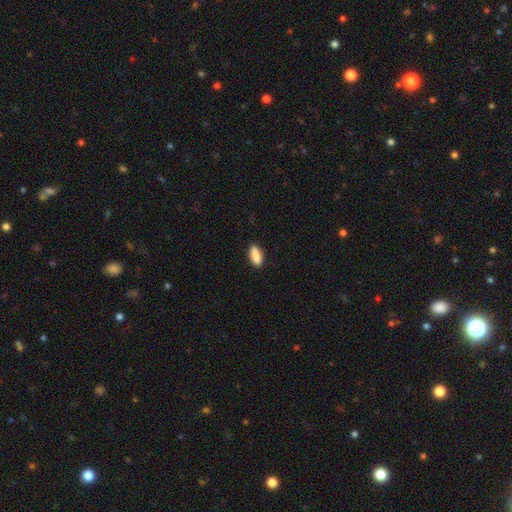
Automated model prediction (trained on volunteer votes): This appears to be a smooth galaxy with no disk features (89%) that is in between round and cigar-shaped (76%). Merging: none (88%).